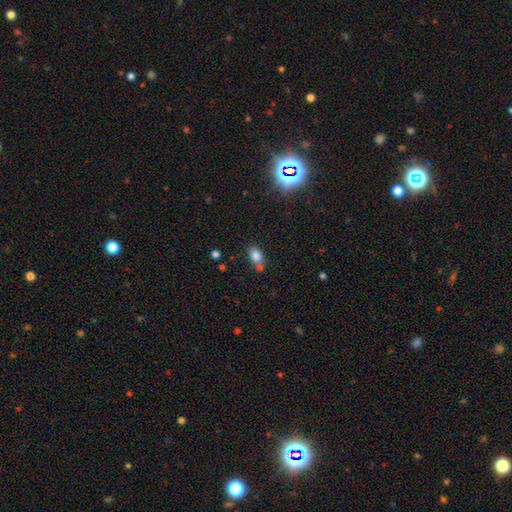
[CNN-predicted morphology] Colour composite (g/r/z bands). It shows a smooth galaxy with no disk features (81%) that is in between round and cigar-shaped (81%). Merging: none (64%).